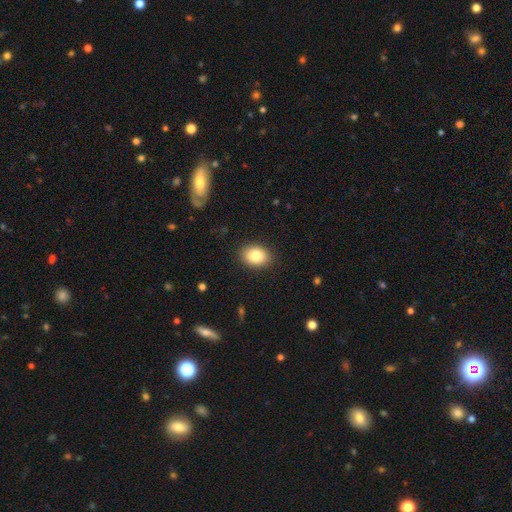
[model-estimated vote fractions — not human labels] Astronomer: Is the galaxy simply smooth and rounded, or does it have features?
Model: smooth — 84%.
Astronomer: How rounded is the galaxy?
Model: in between — 75%.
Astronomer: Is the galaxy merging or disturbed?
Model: none — 88%.